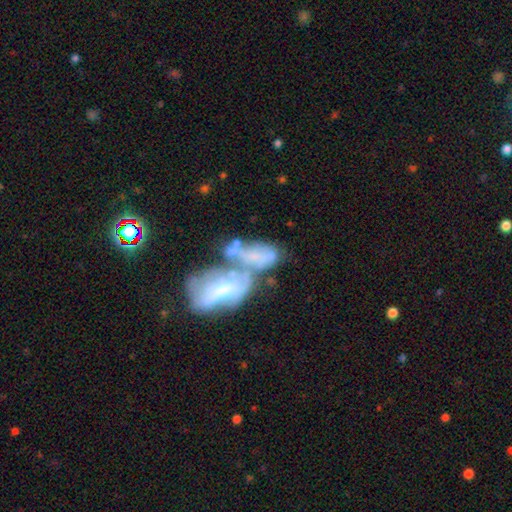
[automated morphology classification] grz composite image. It shows a featured or disk galaxy (55%) with no bar (69%), no spiral arms (78%) and no central bulge (40%). Merging: merger (64%).